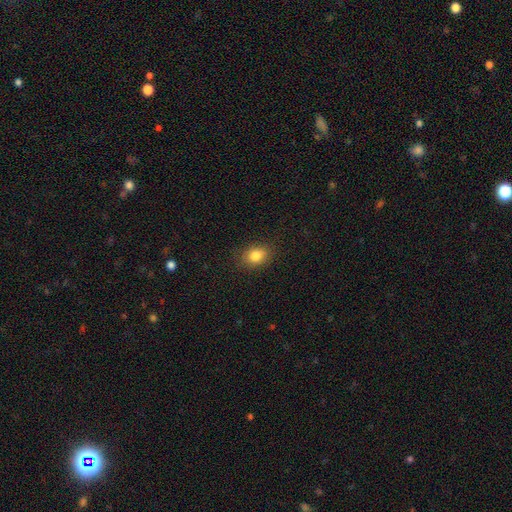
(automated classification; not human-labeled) This is clearly a smooth galaxy (83%). How rounded: likely in between (60%). Merging: clearly none (86%).